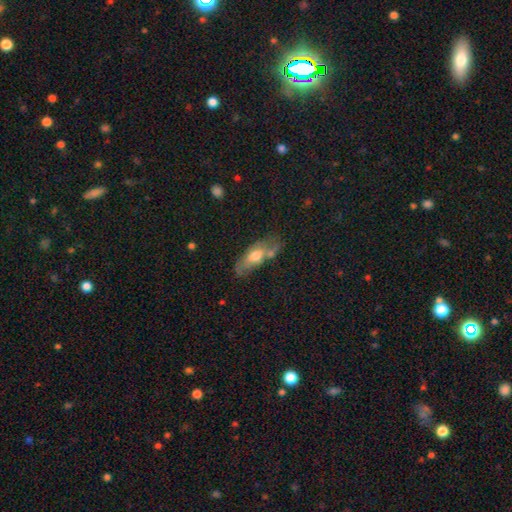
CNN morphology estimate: Smooth or featured? smooth (52%)
How rounded? in between (74%)
Merging? none (58%)